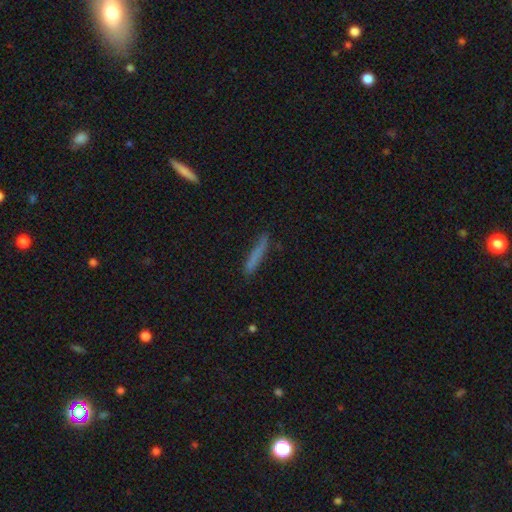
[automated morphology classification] Smooth or featured: smooth — 72% (featured or disk — 20%)
How rounded: cigar-shaped — 95% (in between — 4%)
Merging: none — 84% (minor disturbance — 12%)